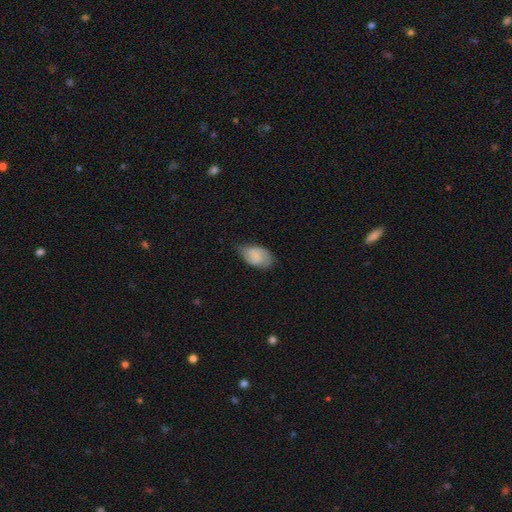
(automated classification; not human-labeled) The model was most divided on "merging": none: 59%, minor disturbance: 33%, major disturbance: 6%, merger: 1%. More confident: how rounded — in between (90%); smooth or featured — smooth (68%).